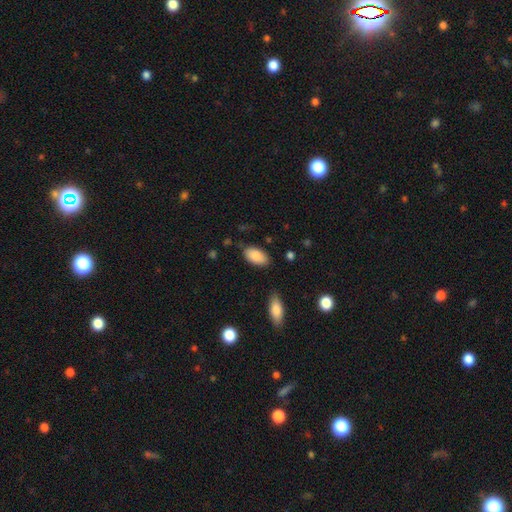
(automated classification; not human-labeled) Morphology: type=smooth (85%); roundness=in between (95%); merging=none (80%).